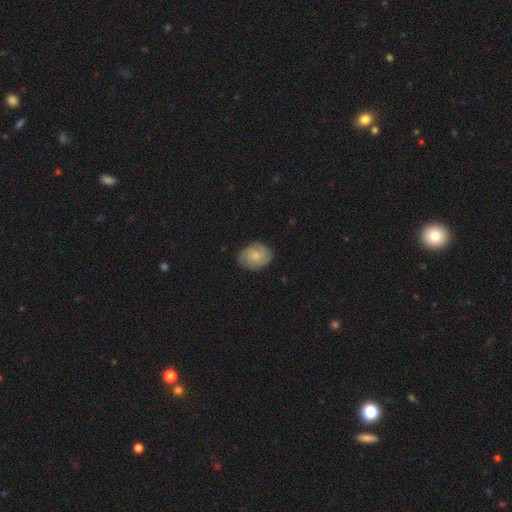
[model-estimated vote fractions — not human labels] A featured or disk galaxy (61%) with no bar (77%), 3 (38%) tight (56%) spiral arms (93%) and a small central bulge (65%).

Vote fractions:
- Smooth or featured? featured or disk: 61% / smooth: 32% / star or artifact: 7%
- Edge-on disk? no: 98% / yes: 2%
- Bar? no: 77% / weak: 21% / strong: 2%
- Spiral arms? yes: 93% / no: 7%
- Spiral winding? tight: 56% / medium: 35% / loose: 10%
- Spiral arm count? 3: 38% / can't tell: 24% / 2: 17% / 4: 11% / 1: 5% / more than 4: 5%
- Bulge size? small: 65% / moderate: 28% / none: 5% / large: 1% / dominant: 1%
- Merging? none: 79% / minor disturbance: 16% / major disturbance: 4% / merger: 1%